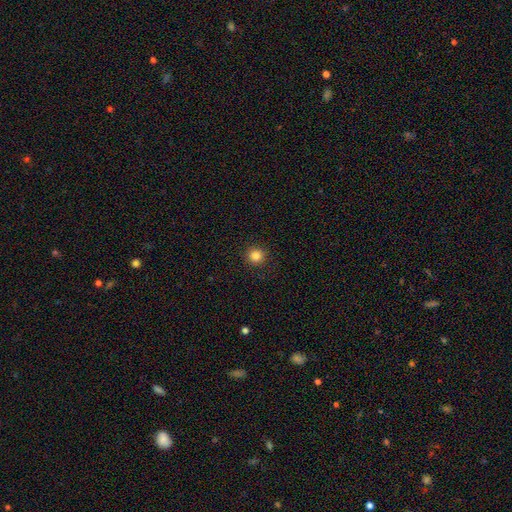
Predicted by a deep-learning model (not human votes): This is clearly a smooth galaxy (84%). How rounded: clearly round (94%). Merging: clearly none (92%).